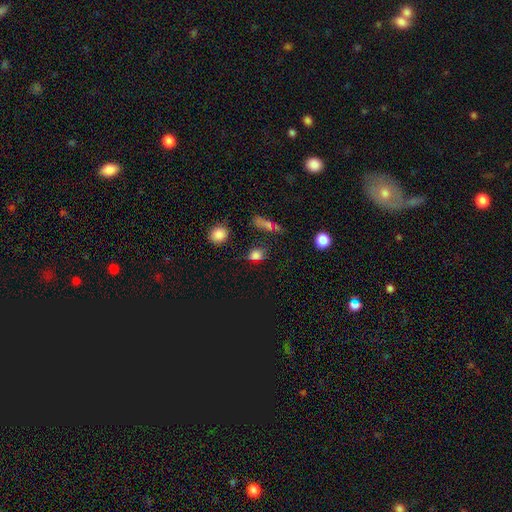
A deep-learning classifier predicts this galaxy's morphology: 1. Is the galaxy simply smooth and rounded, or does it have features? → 68% smooth, 25% star or artifact, 7% featured or disk.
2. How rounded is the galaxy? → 50% in between, 45% round, 5% cigar-shaped.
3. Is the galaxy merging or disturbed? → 68% none, 16% minor disturbance, 9% merger, 7% major disturbance.